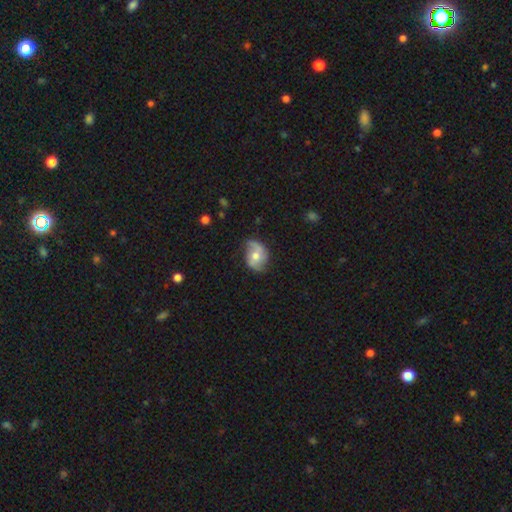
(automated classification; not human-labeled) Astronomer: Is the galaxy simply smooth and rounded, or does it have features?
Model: featured or disk — 64%.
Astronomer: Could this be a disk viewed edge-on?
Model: no — 96%.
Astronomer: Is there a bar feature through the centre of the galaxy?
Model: no — 58%.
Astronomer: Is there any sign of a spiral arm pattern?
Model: yes — 86%.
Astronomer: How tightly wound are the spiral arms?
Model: loose — 52% (runner-up: medium, 34%).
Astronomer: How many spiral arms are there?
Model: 2 — 78%.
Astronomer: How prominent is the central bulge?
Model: moderate — 67%.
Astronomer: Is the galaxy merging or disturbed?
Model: none — 59%.